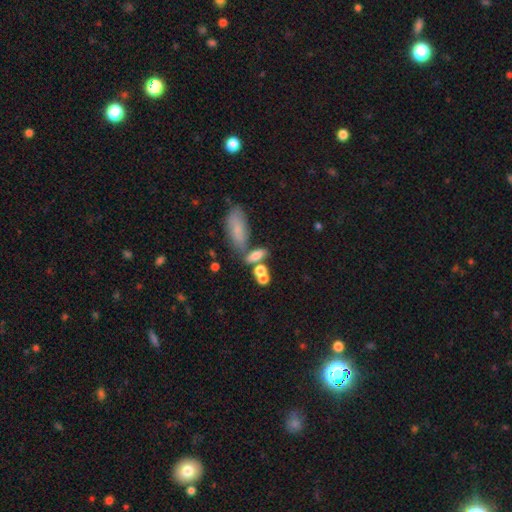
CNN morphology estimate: This appears to be a smooth galaxy with no disk features (70%) that is in between round and cigar-shaped (65%). Merging: none (45%).